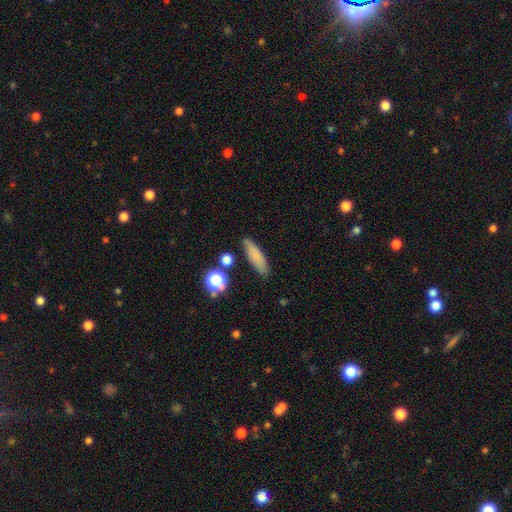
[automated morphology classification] This is likely a smooth galaxy (77%). How rounded: possibly cigar-shaped (57%). Merging: likely none (80%).